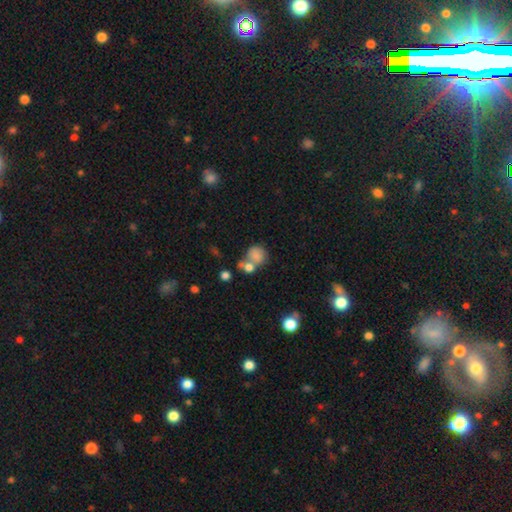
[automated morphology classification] Overall: smooth (75%). How rounded: round (72%). Merging: merger (45%; none 33%).